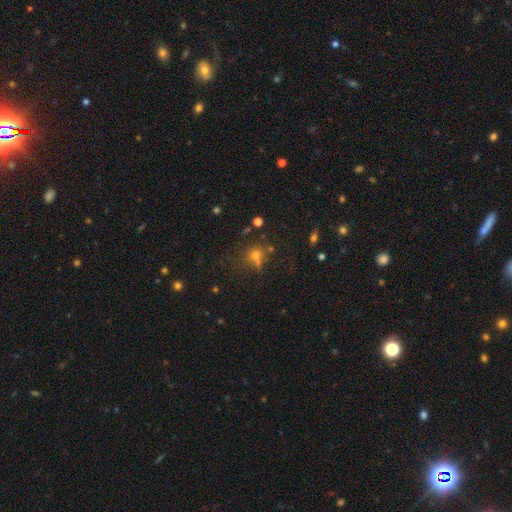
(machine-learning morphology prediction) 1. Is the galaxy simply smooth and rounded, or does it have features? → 60% smooth, 28% star or artifact, 12% featured or disk.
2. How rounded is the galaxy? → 82% round, 16% in between, 2% cigar-shaped.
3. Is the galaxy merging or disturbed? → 61% none, 16% merger, 15% minor disturbance, 8% major disturbance.